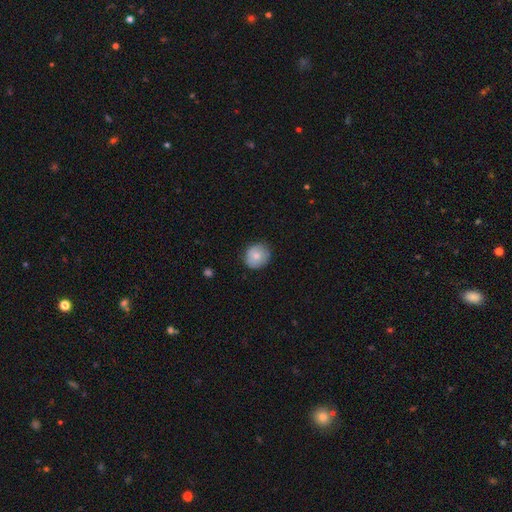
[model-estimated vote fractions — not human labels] Morphology: type=smooth (76%); roundness=round (82%); merging=none (80%).